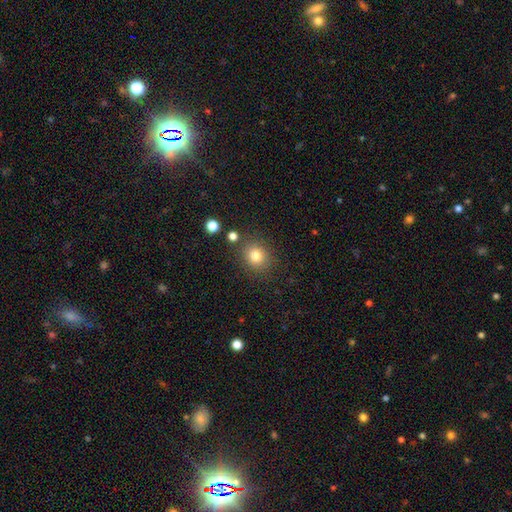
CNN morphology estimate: smooth 80%, star or artifact 12%, featured or disk 7%. Down the decision tree: how rounded — round (81%); merging — none (84%).